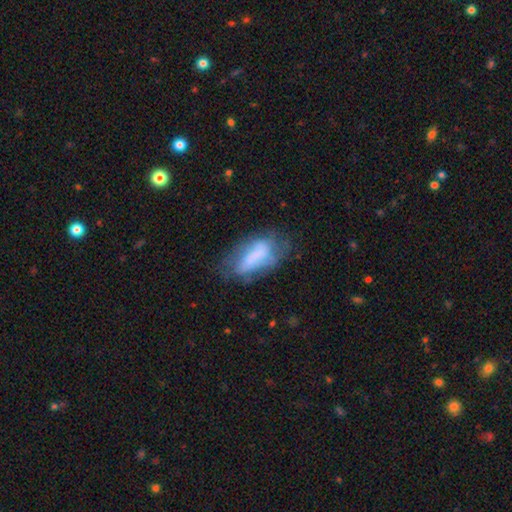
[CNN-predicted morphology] This is possibly a smooth galaxy (53%). How rounded: clearly in between (85%). Merging: marginally none (45%).